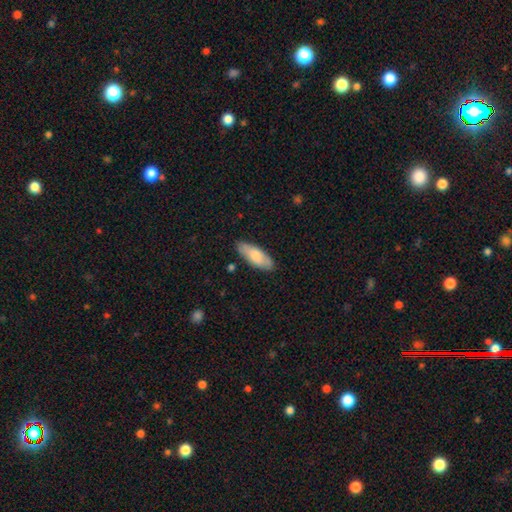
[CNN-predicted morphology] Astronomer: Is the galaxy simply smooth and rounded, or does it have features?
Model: smooth — 74%.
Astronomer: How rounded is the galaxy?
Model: in between — 74%.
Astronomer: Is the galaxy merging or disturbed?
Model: none — 83%.